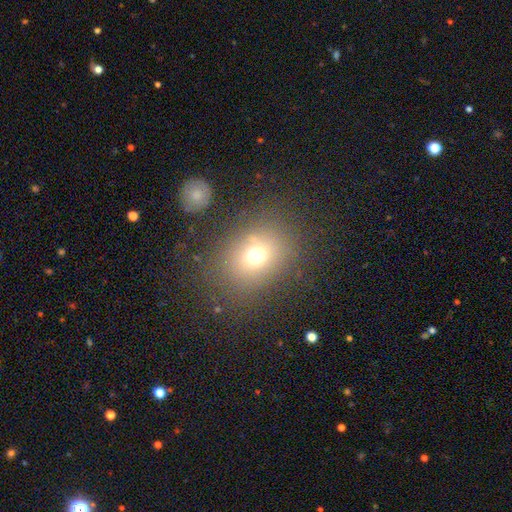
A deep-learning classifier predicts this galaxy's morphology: Smooth or featured? smooth (70%)
How rounded? round (51%)
Merging? none (76%)